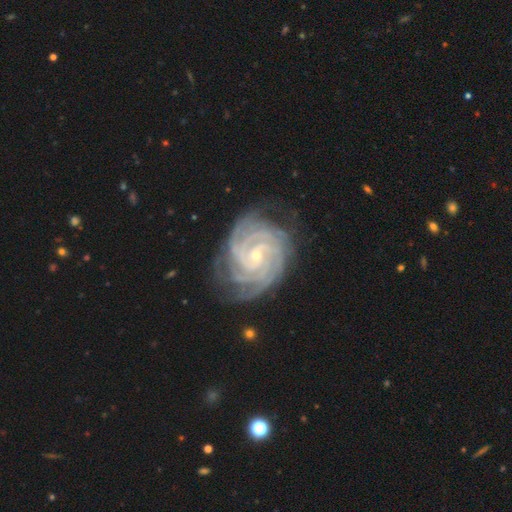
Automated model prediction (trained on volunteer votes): This appears to be a featured or disk galaxy (92%) with no bar (49%), 4 (34%) tight (82%) spiral arms (99%) and a small central bulge (75%). Merging: none (76%).